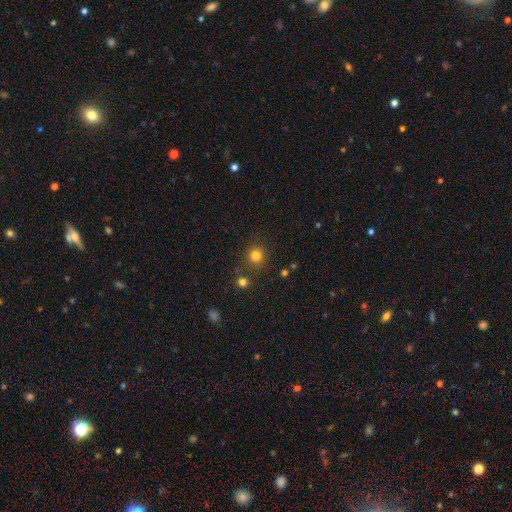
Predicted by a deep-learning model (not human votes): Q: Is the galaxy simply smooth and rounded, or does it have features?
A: smooth — 80%.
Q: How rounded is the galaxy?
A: round — 90%.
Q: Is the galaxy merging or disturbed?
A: none — 82%.